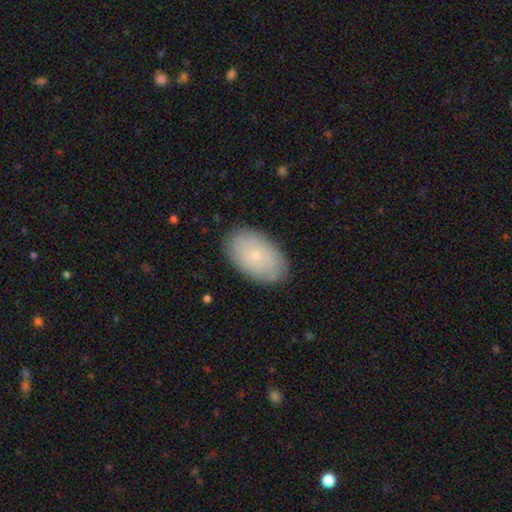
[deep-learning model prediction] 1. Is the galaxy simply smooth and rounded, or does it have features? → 63% smooth, 29% featured or disk, 7% star or artifact.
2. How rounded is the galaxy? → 93% in between, 6% round, 1% cigar-shaped.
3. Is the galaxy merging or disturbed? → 86% none, 11% minor disturbance, 2% major disturbance, 1% merger.